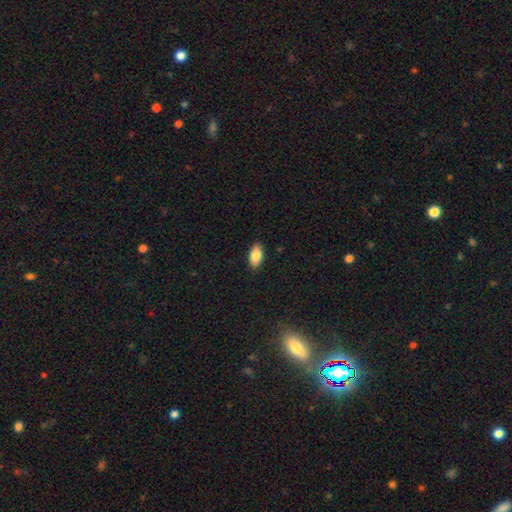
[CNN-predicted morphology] The model was most divided on "smooth or featured": smooth: 85%, featured or disk: 8%, star or artifact: 7%. More confident: how rounded — in between (93%); merging — none (89%).